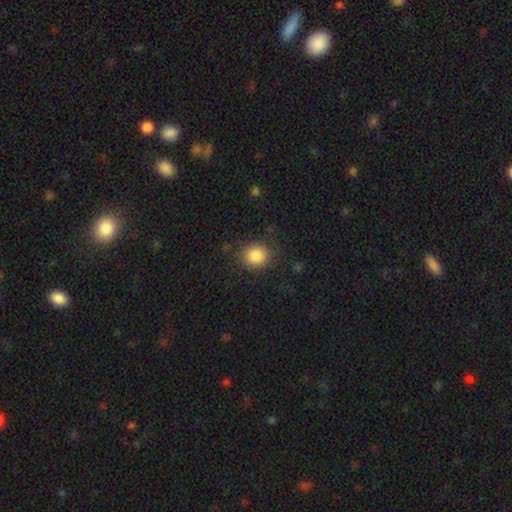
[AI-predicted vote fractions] Smooth or featured? Predicted: smooth (p=0.86). How rounded? Predicted: round (p=0.81). Merging? Predicted: none (p=0.85).